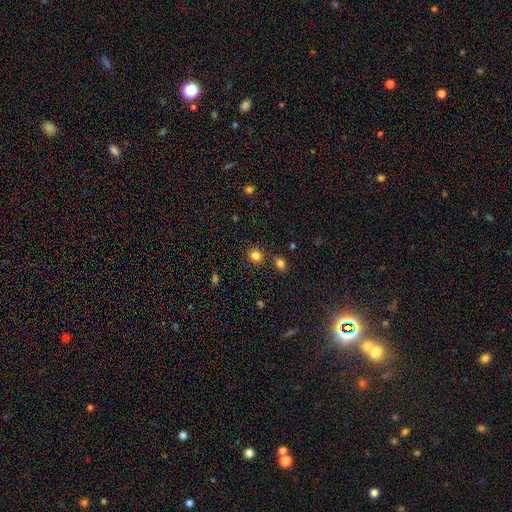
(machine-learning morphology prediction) Overall: smooth (82%). How rounded: round (76%). Merging: none (78%).